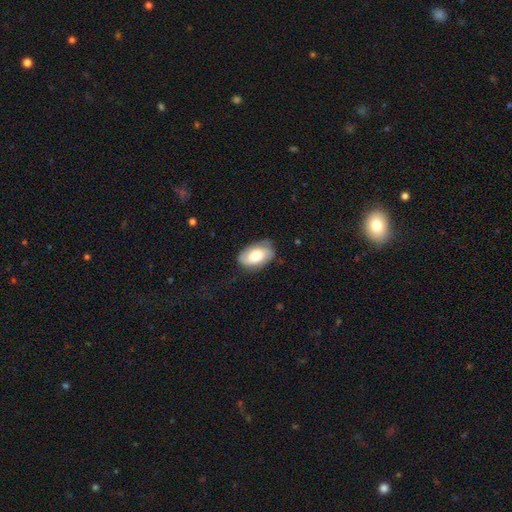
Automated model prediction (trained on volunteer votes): The model was most divided on "smooth or featured": smooth: 50%, featured or disk: 43%, star or artifact: 7%. More confident: merging — none (71%).